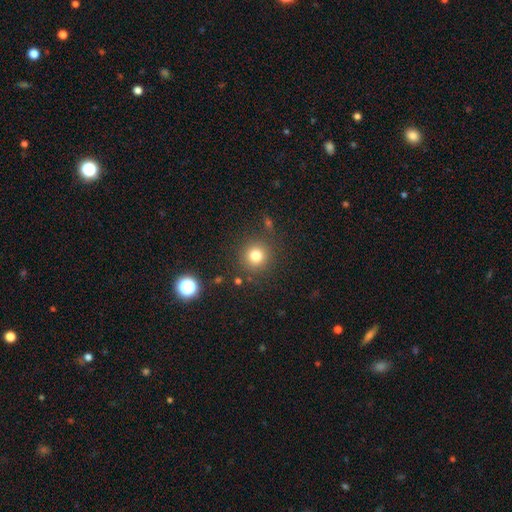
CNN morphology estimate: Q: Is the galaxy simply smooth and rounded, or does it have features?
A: smooth — 78%.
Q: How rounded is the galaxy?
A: round — 93%.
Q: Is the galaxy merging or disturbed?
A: none — 86%.